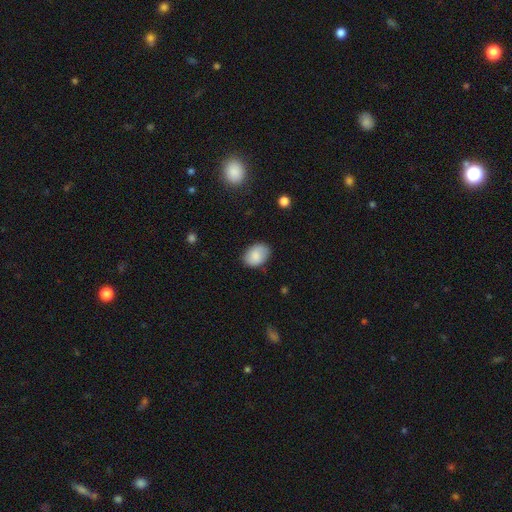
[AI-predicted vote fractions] Morphology: type=smooth (82%); roundness=in between (79%); merging=none (78%).